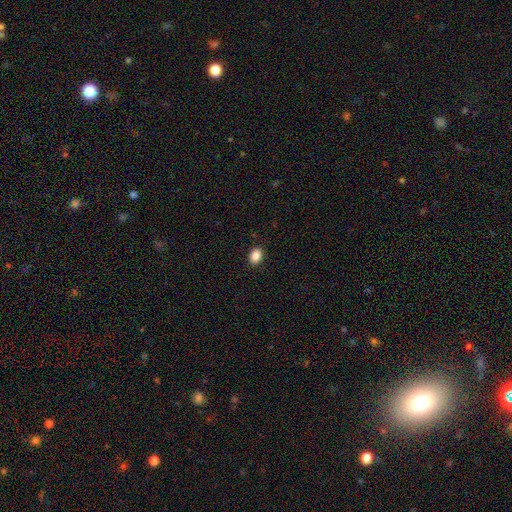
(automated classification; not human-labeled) A smooth galaxy with no disk features (88%) that is in between round and cigar-shaped (75%). Merging: none (90%).